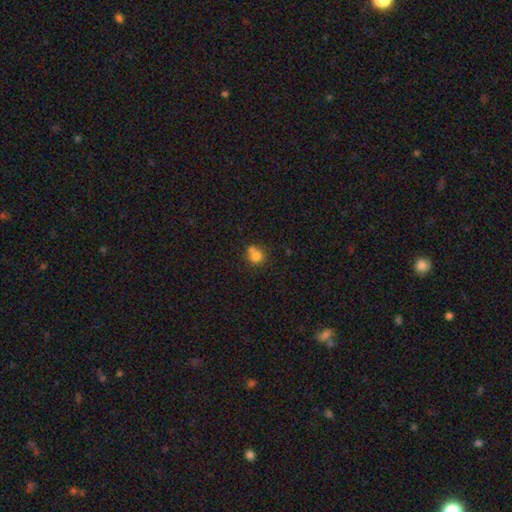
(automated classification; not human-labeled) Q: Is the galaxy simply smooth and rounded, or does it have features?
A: smooth — 76%.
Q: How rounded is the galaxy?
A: round — 81%.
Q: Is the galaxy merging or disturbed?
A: none — 45%.